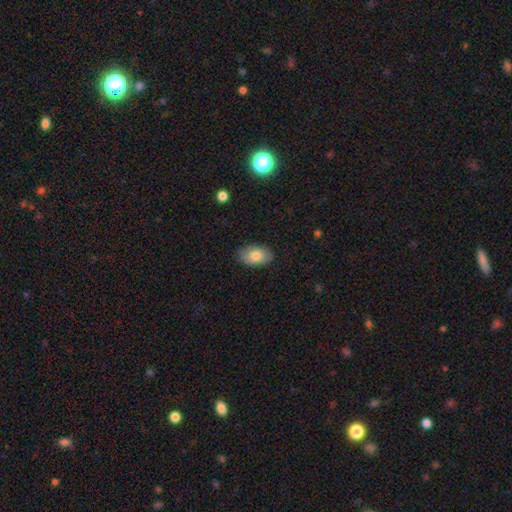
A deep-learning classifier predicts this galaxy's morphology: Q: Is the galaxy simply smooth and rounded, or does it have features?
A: smooth — 79%.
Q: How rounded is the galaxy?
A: in between — 92%.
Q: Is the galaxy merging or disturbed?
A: none — 86%.